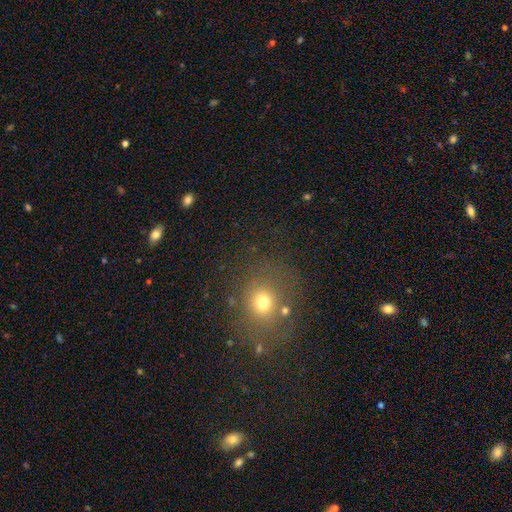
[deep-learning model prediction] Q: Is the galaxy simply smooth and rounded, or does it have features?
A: smooth — 59%.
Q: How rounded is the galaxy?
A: round — 76%.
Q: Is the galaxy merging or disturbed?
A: none — 78%.